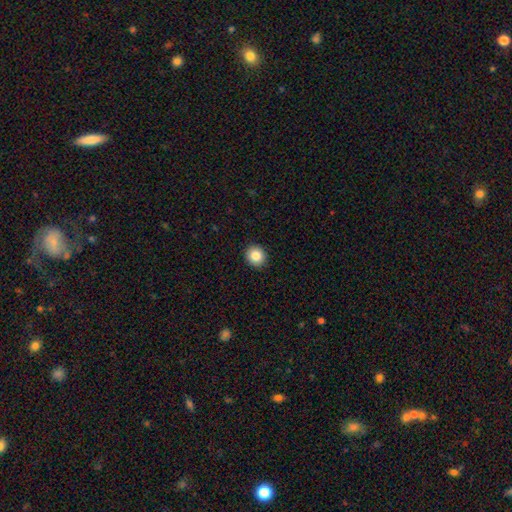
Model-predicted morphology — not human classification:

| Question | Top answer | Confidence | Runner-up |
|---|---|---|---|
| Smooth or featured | smooth | 85% | star or artifact (9%) |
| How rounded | round | 88% | in between (11%) |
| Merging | none | 93% | minor disturbance (5%) |